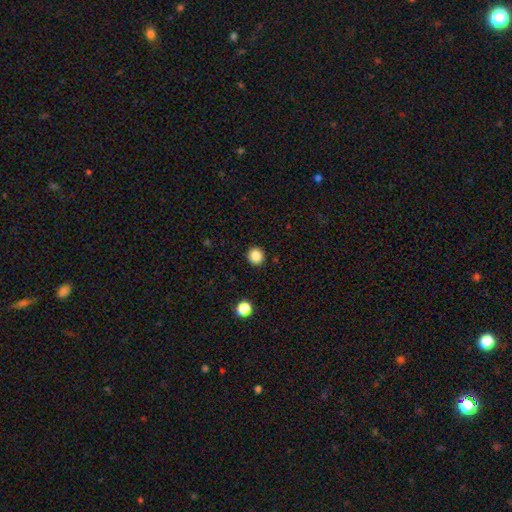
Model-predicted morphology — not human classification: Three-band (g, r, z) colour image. It shows a smooth galaxy with no disk features (86%) that is round (93%). Merging: none (92%).